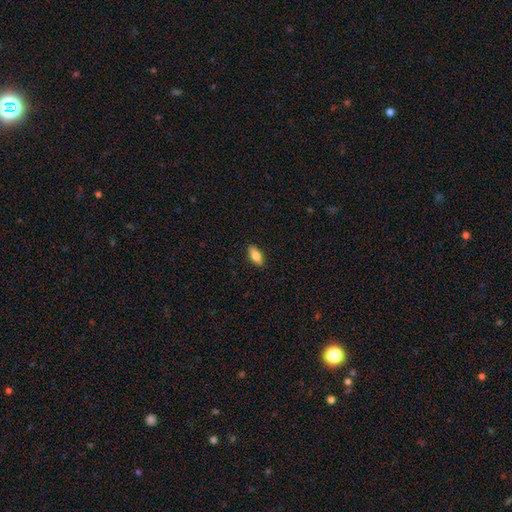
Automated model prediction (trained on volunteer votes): A smooth galaxy with no disk features (75%) that is in between round and cigar-shaped (79%).

Vote fractions:
- Smooth or featured? smooth: 75% / featured or disk: 18% / star or artifact: 7%
- How rounded? in between: 79% / cigar-shaped: 19% / round: 3%
- Merging? none: 89% / minor disturbance: 8% / major disturbance: 2% / merger: 1%